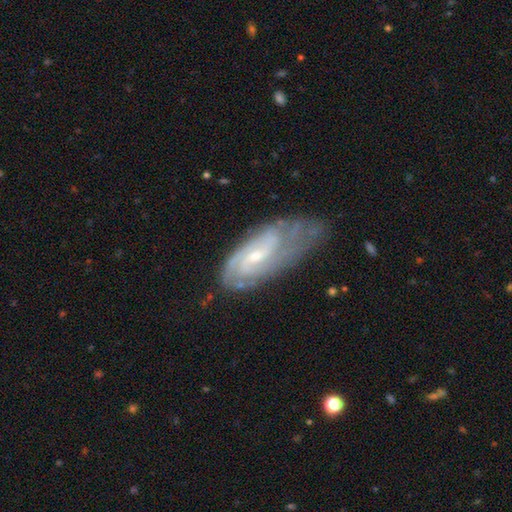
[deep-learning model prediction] Smooth or featured? Predicted: featured or disk (p=0.79). Edge-on disk? Predicted: no (p=0.91). Bar? Predicted: no (p=0.45, tied with weak). Spiral arms? Predicted: yes (p=0.92). Spiral winding? Predicted: tight (p=0.54). Spiral arm count? Predicted: can't tell (p=0.41). Bulge size? Predicted: small (p=0.63). Merging? Predicted: none (p=0.56).